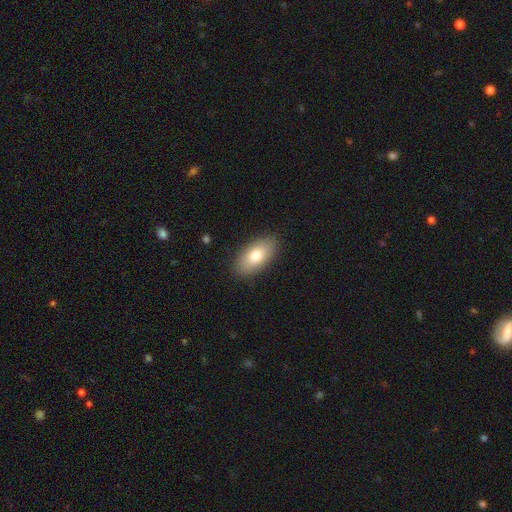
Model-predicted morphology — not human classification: smooth_or_featured: smooth (p=0.78) [alt: featured or disk p=0.15]
how_rounded: in between (p=0.92) [alt: cigar-shaped p=0.05]
merging: none (p=0.88) [alt: minor disturbance p=0.09]